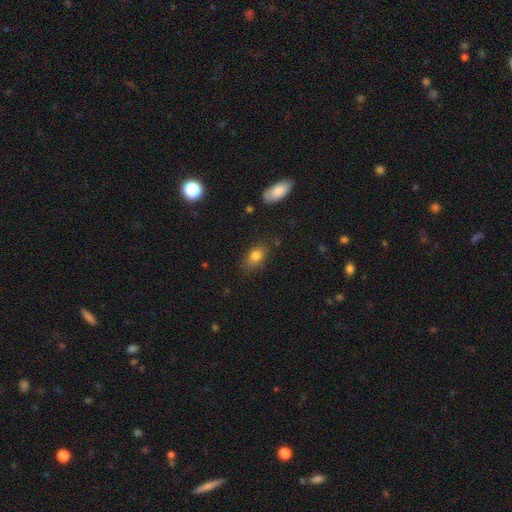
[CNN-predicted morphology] Overall: smooth (80%). How rounded: in between (79%). Merging: none (76%).